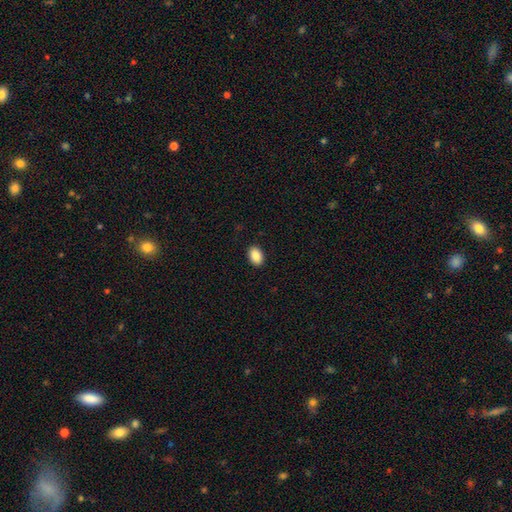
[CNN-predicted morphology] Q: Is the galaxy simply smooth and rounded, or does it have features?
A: smooth — 89%.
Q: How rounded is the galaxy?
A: in between — 83%.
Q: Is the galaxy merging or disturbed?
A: none — 90%.